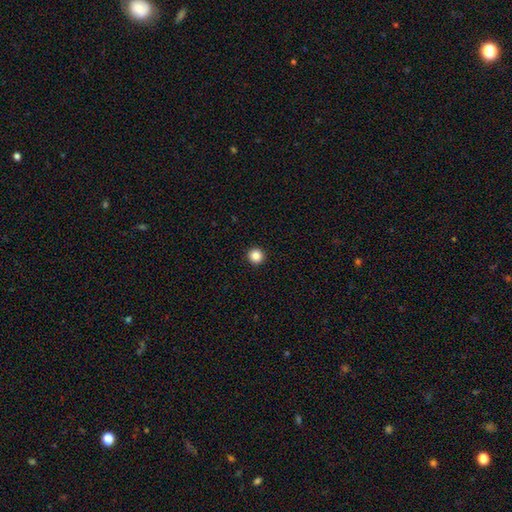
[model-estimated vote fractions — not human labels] Smooth or featured: smooth — 86% (star or artifact — 11%)
How rounded: round — 96% (in between — 4%)
Merging: none — 94% (minor disturbance — 4%)